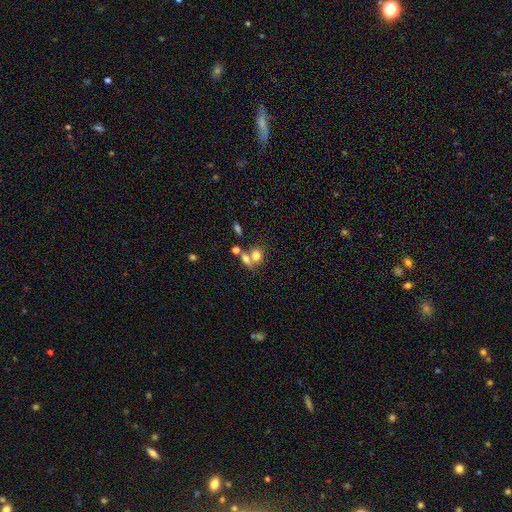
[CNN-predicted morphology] Smooth or featured?
  - smooth: 75% *
  - featured or disk: 14%
  - star or artifact: 12%
How rounded?
  - round: 55% *
  - in between: 43%
  - cigar-shaped: 2%
Merging?
  - merger: 48% *
  - none: 37%
  - minor disturbance: 9%
  - major disturbance: 6%